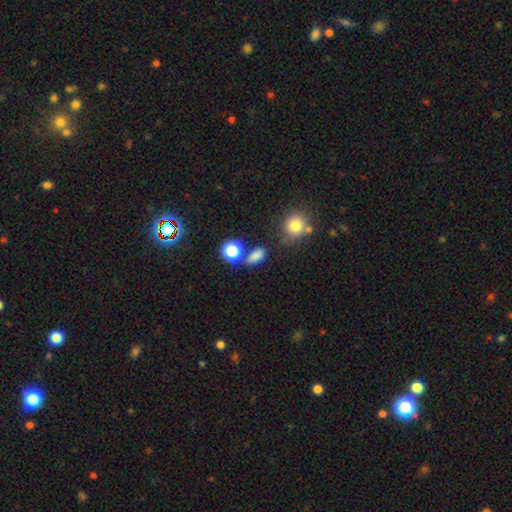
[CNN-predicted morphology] Smooth or featured?
  - smooth: 79% *
  - star or artifact: 15%
  - featured or disk: 5%
How rounded?
  - in between: 77% *
  - round: 18%
  - cigar-shaped: 6%
Merging?
  - none: 71% *
  - minor disturbance: 14%
  - merger: 10%
  - major disturbance: 5%